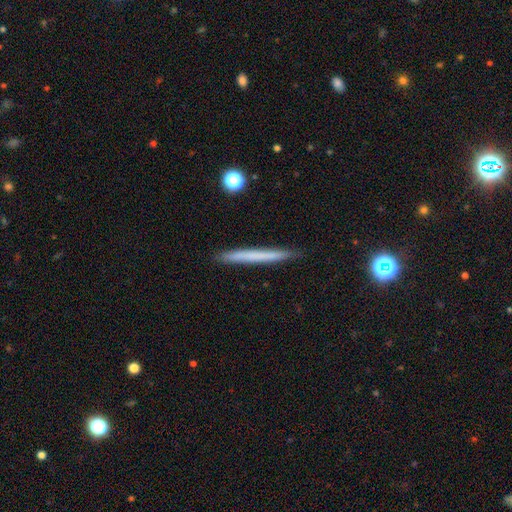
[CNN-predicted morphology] type=smooth (59%); roundness=cigar-shaped (97%); merging=none (90%).